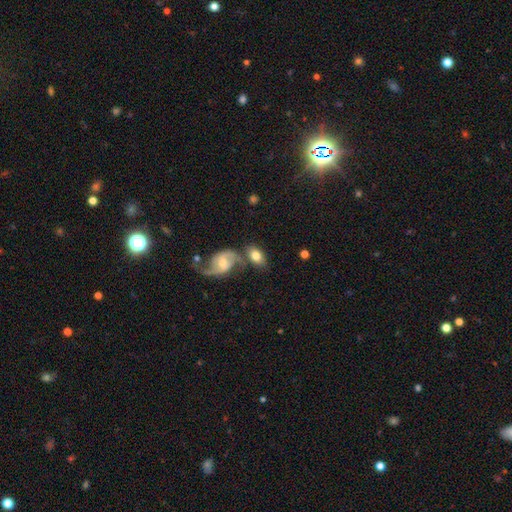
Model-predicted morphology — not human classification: Smooth or featured? smooth (64%)
How rounded? in between (86%)
Merging? none (49%)